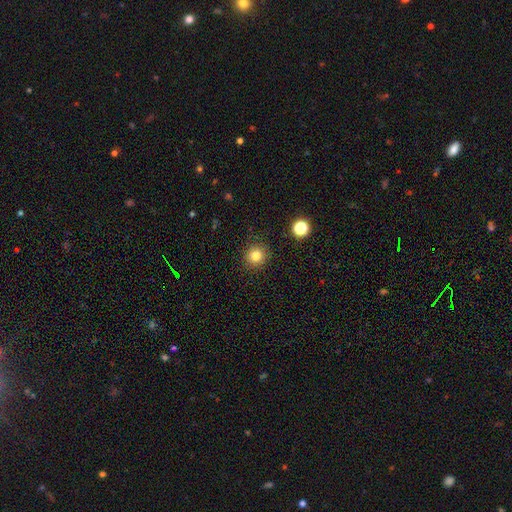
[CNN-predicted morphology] The model was most divided on "smooth or featured": smooth: 81%, star or artifact: 12%, featured or disk: 7%. More confident: how rounded — round (90%); merging — none (89%).